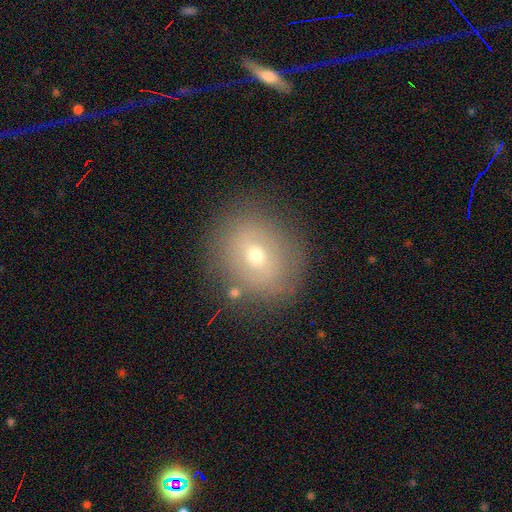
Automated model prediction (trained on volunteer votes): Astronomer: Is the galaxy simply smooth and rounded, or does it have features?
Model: smooth — 55%.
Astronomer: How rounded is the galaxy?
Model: round — 71%.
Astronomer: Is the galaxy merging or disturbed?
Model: none — 81%.